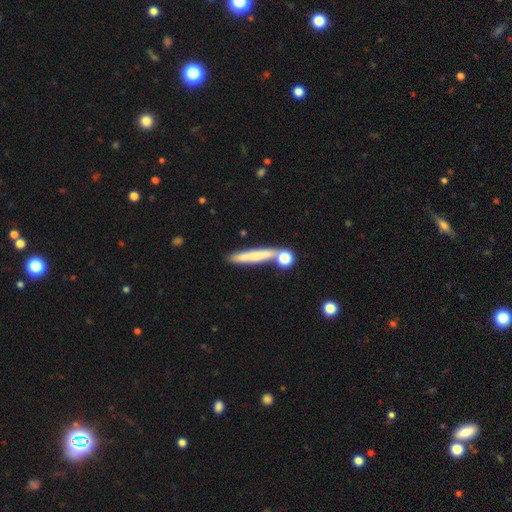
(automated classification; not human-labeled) Smooth or featured? smooth (64%)
How rounded? cigar-shaped (89%)
Merging? none (70%)